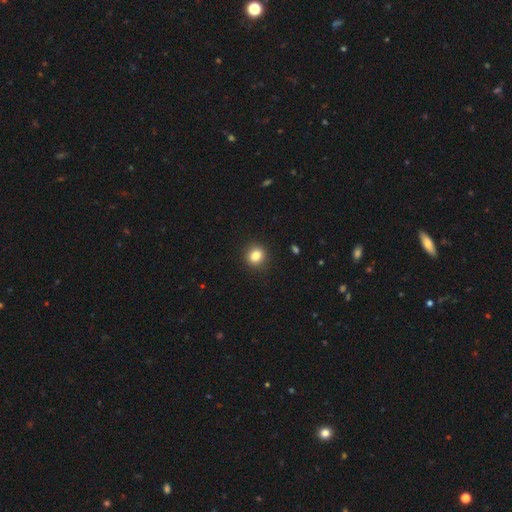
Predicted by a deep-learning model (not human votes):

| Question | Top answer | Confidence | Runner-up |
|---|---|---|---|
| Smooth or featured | smooth | 83% | star or artifact (11%) |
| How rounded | round | 83% | in between (16%) |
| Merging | none | 91% | minor disturbance (6%) |